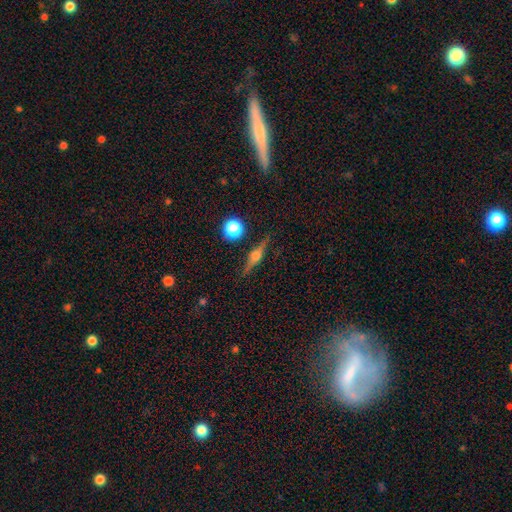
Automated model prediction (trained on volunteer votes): smooth-or-featured: featured or disk: 79% | smooth: 13% | star or artifact: 8%
  disk-edge-on: yes: 97% | no: 3%
    edge-on-bulge: rounded: 94% | boxy: 5% | none: 2%
  merging: none: 89% | minor disturbance: 8% | major disturbance: 2% | merger: 2%